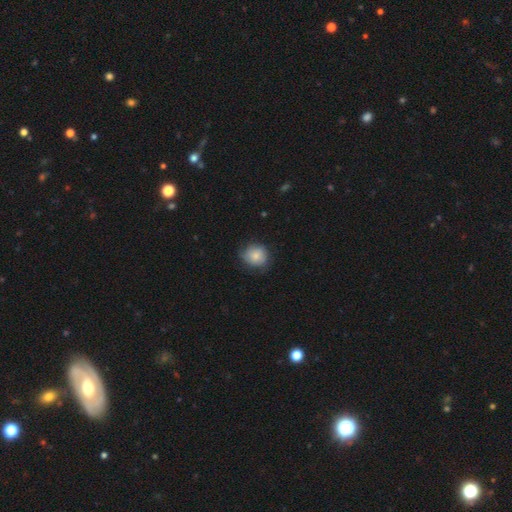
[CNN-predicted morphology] This appears to be a smooth galaxy with no disk features (78%) that is round (82%). Merging: none (69%).